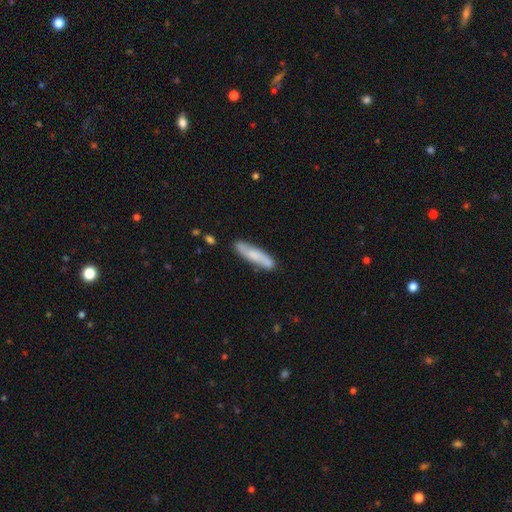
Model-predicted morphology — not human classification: smooth_or_featured: smooth (p=0.62) [alt: featured or disk p=0.32]
how_rounded: cigar-shaped (p=0.77) [alt: in between p=0.22]
merging: none (p=0.80) [alt: minor disturbance p=0.14]